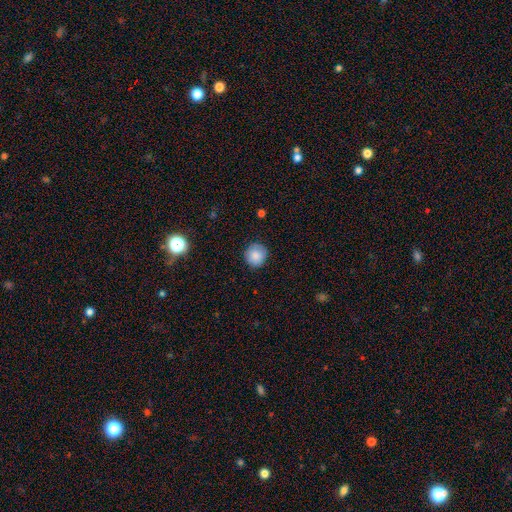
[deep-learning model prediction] Q: Smooth or featured?
A: smooth (85%); runner-up: star or artifact (9%)
Q: How rounded?
A: round (92%); runner-up: in between (7%)
Q: Merging?
A: none (88%); runner-up: minor disturbance (9%)